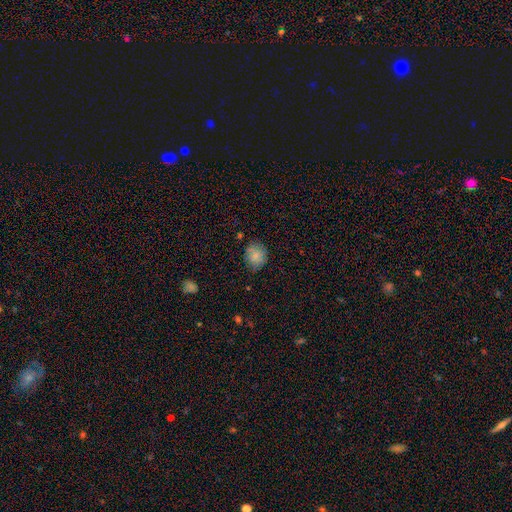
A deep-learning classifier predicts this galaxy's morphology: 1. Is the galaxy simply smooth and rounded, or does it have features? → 81% smooth, 10% featured or disk, 9% star or artifact.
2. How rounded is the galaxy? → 70% round, 29% in between, 1% cigar-shaped.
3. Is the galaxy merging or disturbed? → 73% none, 20% minor disturbance, 4% major disturbance, 2% merger.